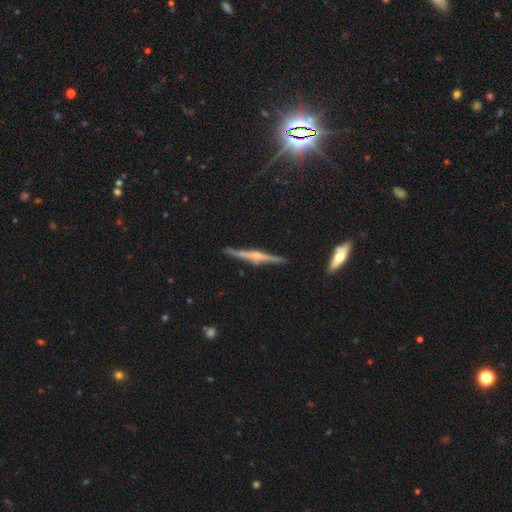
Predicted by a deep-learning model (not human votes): This appears to be a featured or disk galaxy (68%) viewed edge-on (94%) with a rounded central bulge (84%). Merging: none (84%).